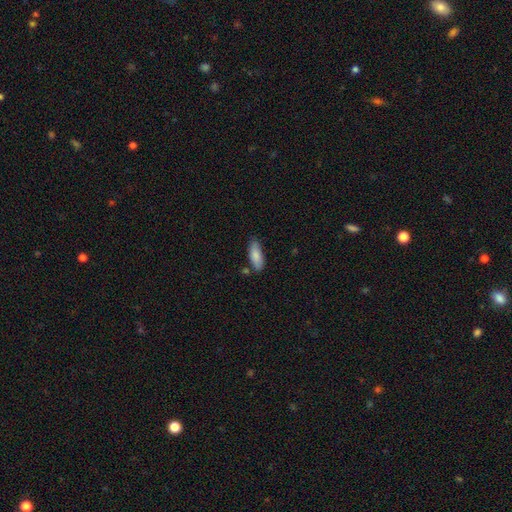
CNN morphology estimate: smooth_or_featured: smooth (p=0.86) [alt: featured or disk p=0.08]
how_rounded: in between (p=0.74) [alt: cigar-shaped p=0.24]
merging: none (p=0.73) [alt: minor disturbance p=0.19]